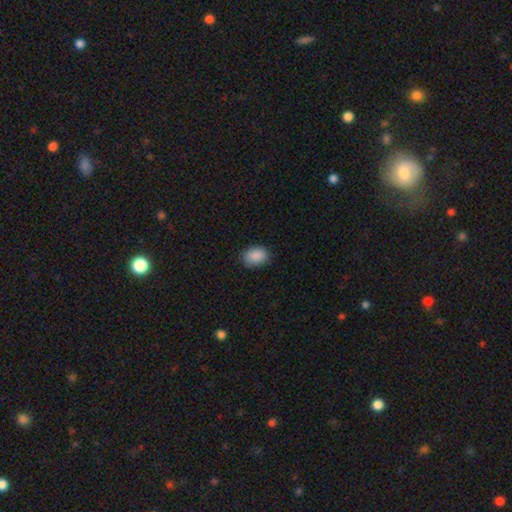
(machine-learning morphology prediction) smooth_or_featured: smooth (p=0.89) [alt: star or artifact p=0.07]
how_rounded: in between (p=0.78) [alt: round p=0.21]
merging: none (p=0.85) [alt: minor disturbance p=0.12]